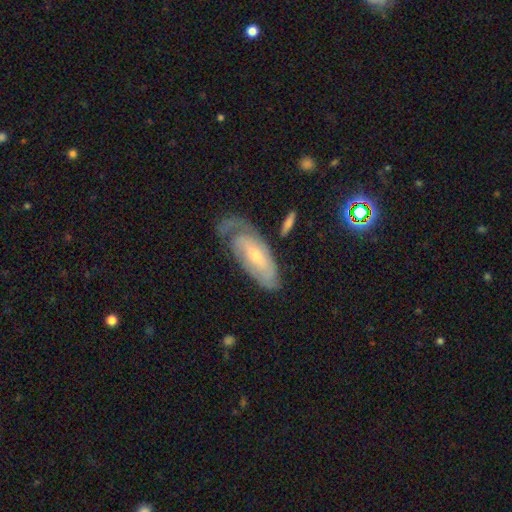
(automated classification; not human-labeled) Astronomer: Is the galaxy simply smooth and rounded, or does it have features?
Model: featured or disk — 73%.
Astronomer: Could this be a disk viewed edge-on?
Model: no — 90%.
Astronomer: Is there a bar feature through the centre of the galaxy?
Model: no — 46% (runner-up: weak, 39%).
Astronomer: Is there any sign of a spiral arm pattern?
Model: yes — 88%.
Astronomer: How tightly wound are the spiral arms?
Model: tight — 57%.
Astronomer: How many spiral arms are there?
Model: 2 — 36% (runner-up: can't tell, 32%).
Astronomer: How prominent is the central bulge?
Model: small — 59% (runner-up: moderate, 36%).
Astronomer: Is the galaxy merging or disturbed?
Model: none — 50% (runner-up: minor disturbance, 26%).